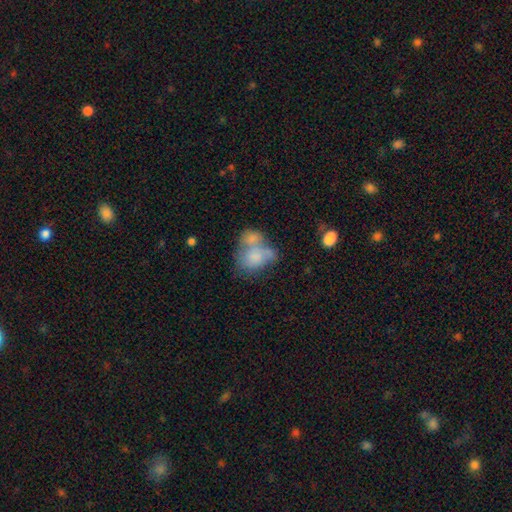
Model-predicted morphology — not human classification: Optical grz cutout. It shows a smooth galaxy with no disk features (67%) that is in between round and cigar-shaped (65%). Merging: merger (63%).